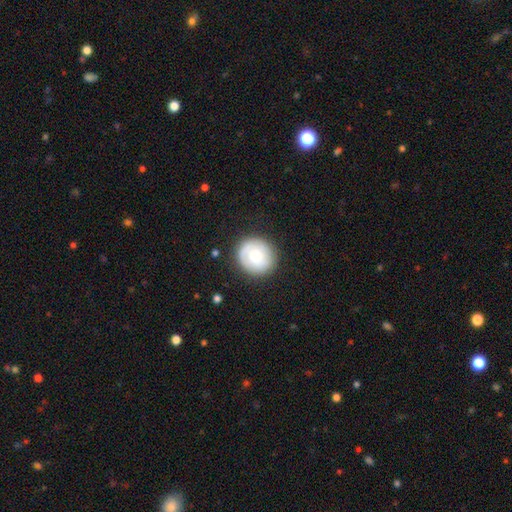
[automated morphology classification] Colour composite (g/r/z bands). It shows a smooth galaxy with no disk features (54%) that is round (90%). Merging: none (83%).